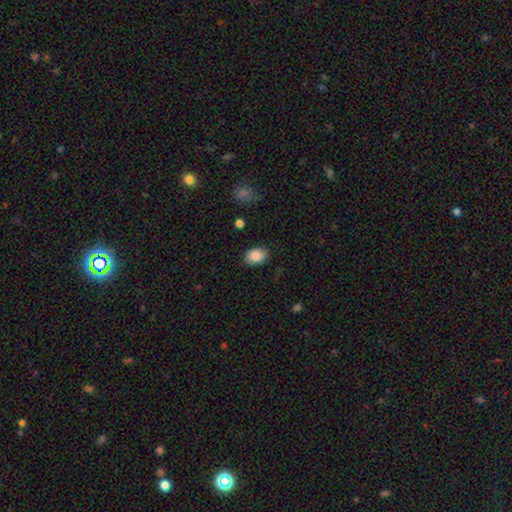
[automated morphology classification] smooth 87%, star or artifact 7%, featured or disk 6%. Down the decision tree: how rounded — in between (83%); merging — none (84%).